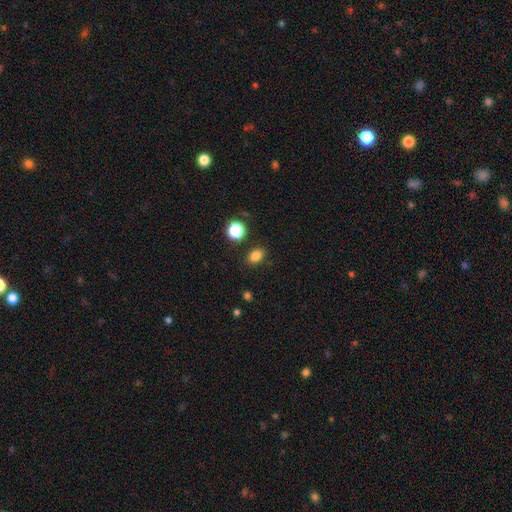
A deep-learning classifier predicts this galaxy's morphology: Smooth or featured?
  - smooth: 82% *
  - star or artifact: 13%
  - featured or disk: 5%
How rounded?
  - in between: 71% *
  - round: 27%
  - cigar-shaped: 2%
Merging?
  - none: 86% *
  - minor disturbance: 9%
  - merger: 3%
  - major disturbance: 3%